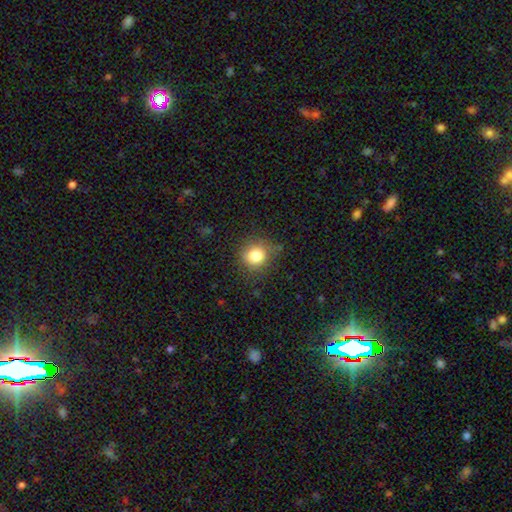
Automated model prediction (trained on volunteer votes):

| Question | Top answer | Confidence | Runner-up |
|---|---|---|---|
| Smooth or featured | smooth | 82% | star or artifact (12%) |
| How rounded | round | 85% | in between (14%) |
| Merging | none | 80% | minor disturbance (14%) |